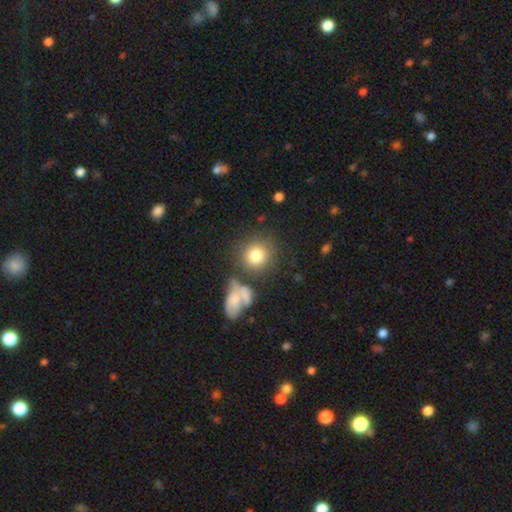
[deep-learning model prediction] Smooth or featured? Predicted: smooth (p=0.78). How rounded? Predicted: round (p=0.85). Merging? Predicted: none (p=0.65).